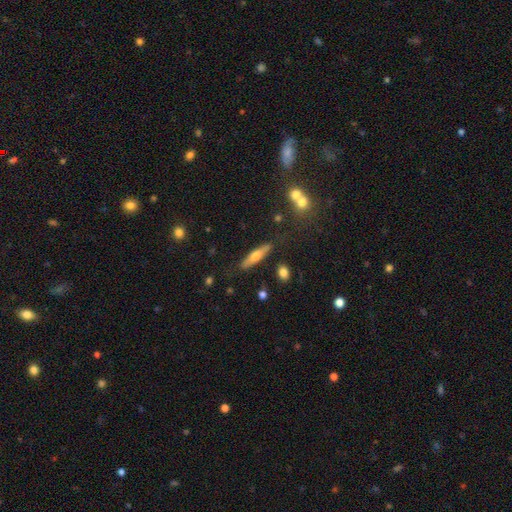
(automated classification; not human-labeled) A smooth galaxy with no disk features (48%). Merging: none (83%).